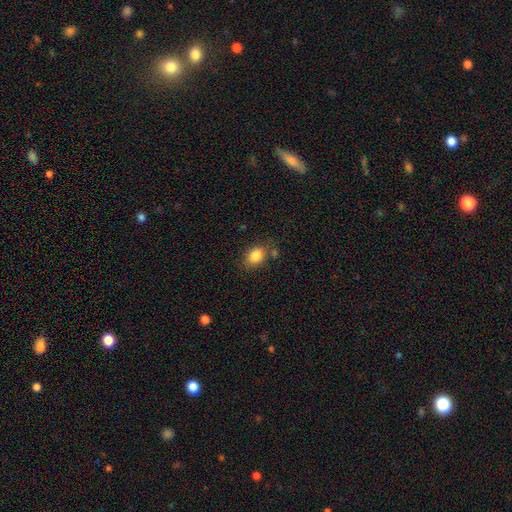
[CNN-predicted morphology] smooth_or_featured: smooth (p=0.85) [alt: star or artifact p=0.09]
how_rounded: in between (p=0.68) [alt: round p=0.30]
merging: none (p=0.72) [alt: minor disturbance p=0.16]